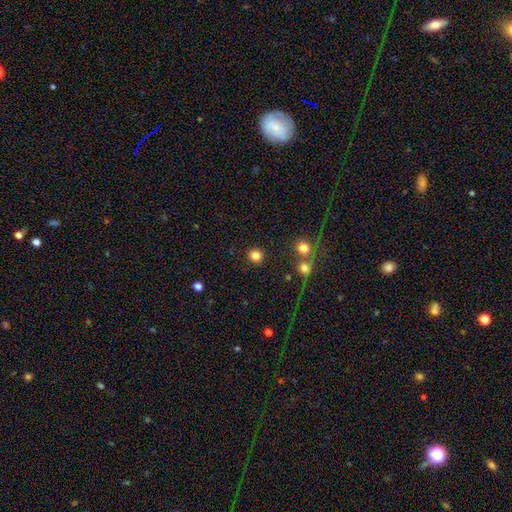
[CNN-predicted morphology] The model was most divided on "smooth or featured": smooth: 83%, star or artifact: 13%, featured or disk: 4%. More confident: how rounded — round (93%); merging — none (90%).